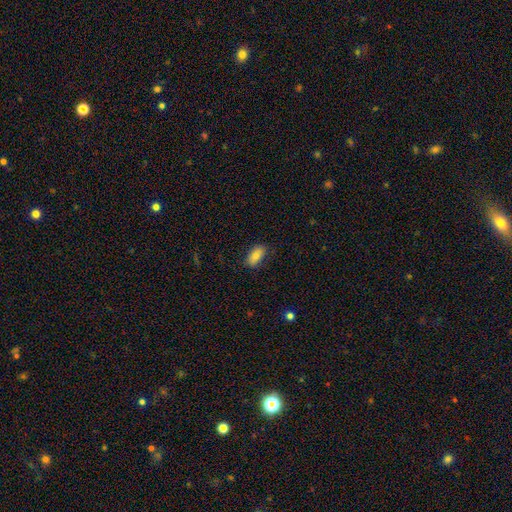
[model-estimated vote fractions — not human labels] Smooth or featured?
  - smooth: 78% *
  - featured or disk: 14%
  - star or artifact: 8%
How rounded?
  - in between: 89% *
  - cigar-shaped: 7%
  - round: 4%
Merging?
  - none: 82% *
  - minor disturbance: 14%
  - major disturbance: 3%
  - merger: 1%